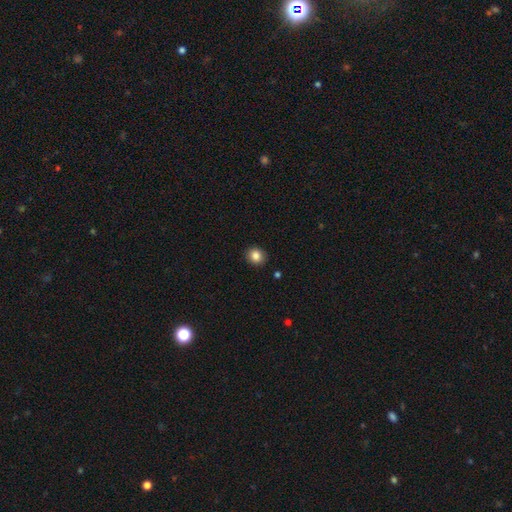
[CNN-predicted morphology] Overall: smooth (84%). How rounded: round (74%). Merging: none (90%).